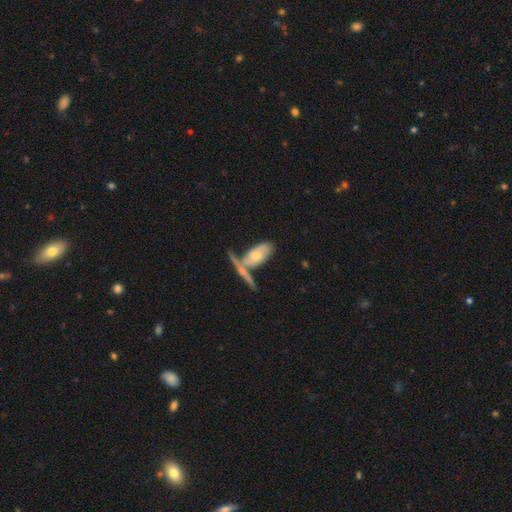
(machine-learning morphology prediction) Smooth or featured? Predicted: smooth (p=0.51). How rounded? Predicted: in between (p=0.82). Merging? Predicted: merger (p=0.39).